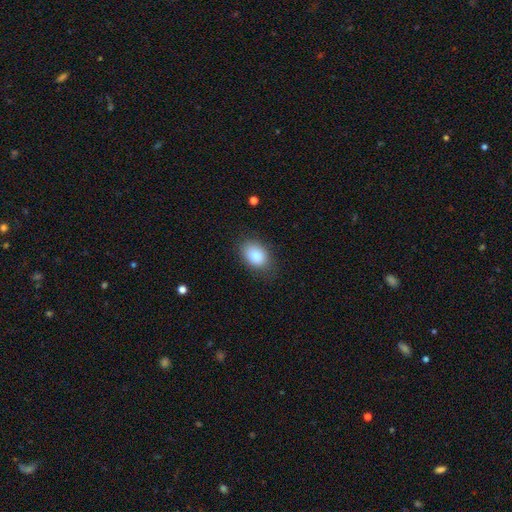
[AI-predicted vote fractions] Smooth or featured? smooth (85%)
How rounded? in between (83%)
Merging? none (79%)